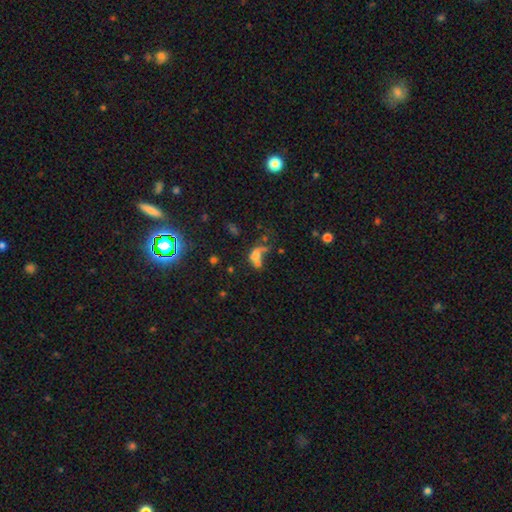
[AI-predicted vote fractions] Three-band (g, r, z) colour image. It shows a smooth galaxy with no disk features (54%) that is in between round and cigar-shaped (70%). Merging: merger (48%).